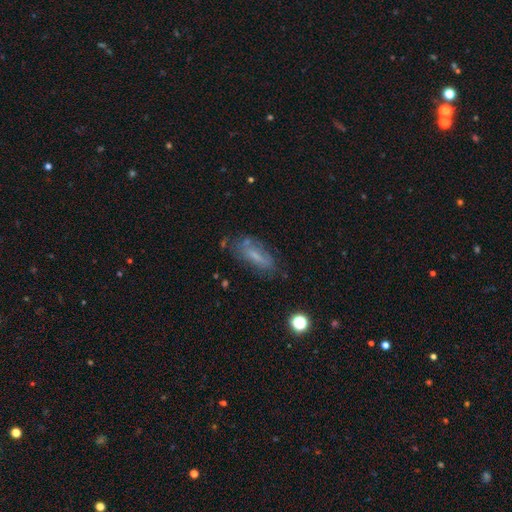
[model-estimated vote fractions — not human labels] Q: Smooth or featured?
A: smooth (48%); runner-up: featured or disk (42%)
Q: Merging?
A: none (63%); runner-up: minor disturbance (23%)